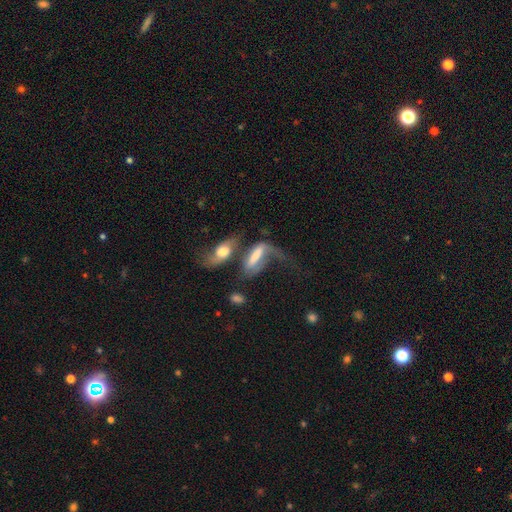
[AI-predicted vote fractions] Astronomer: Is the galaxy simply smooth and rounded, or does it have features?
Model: featured or disk — 50% (runner-up: smooth, 41%).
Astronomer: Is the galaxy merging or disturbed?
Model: merger — 40% (runner-up: major disturbance, 32%).